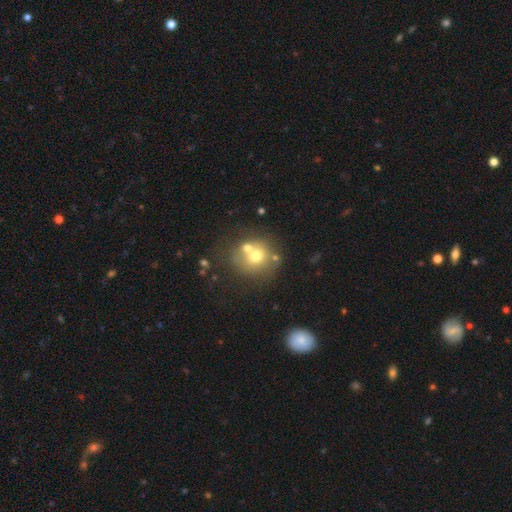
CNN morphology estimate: A smooth galaxy with no disk features (62%) that is round (86%).

Vote fractions:
- Smooth or featured? smooth: 62% / featured or disk: 24% / star or artifact: 13%
- How rounded? round: 86% / in between: 13% / cigar-shaped: 1%
- Merging? none: 52% / merger: 31% / minor disturbance: 11% / major disturbance: 6%